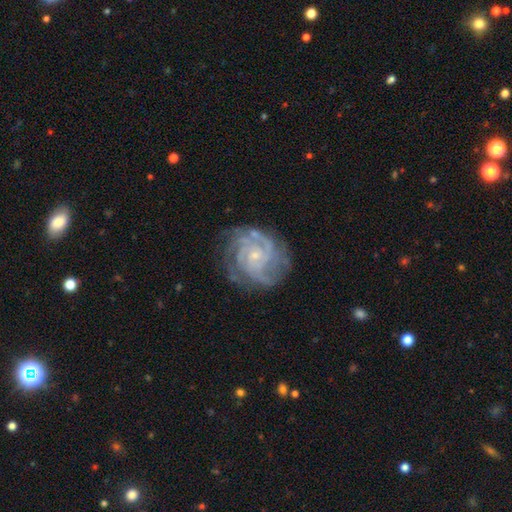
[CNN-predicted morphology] Smooth or featured? Predicted: featured or disk (p=0.89). Edge-on disk? Predicted: no (p=0.98). Bar? Predicted: no (p=0.72). Spiral arms? Predicted: yes (p=0.98). Spiral winding? Predicted: tight (p=0.67). Spiral arm count? Predicted: 4 (p=0.29). Bulge size? Predicted: small (p=0.79). Merging? Predicted: none (p=0.75).